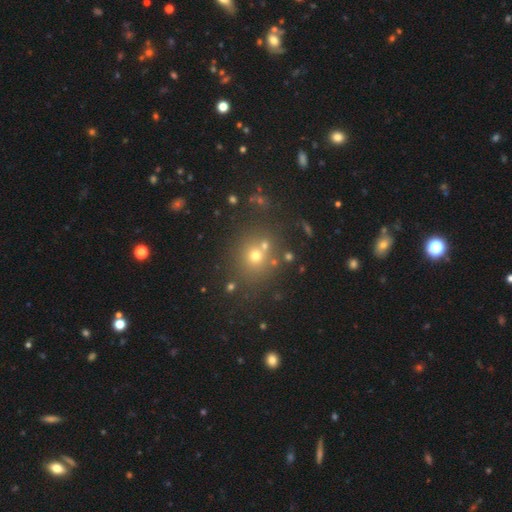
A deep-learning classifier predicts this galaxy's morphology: type=smooth (61%); roundness=round (84%); merging=none (69%).